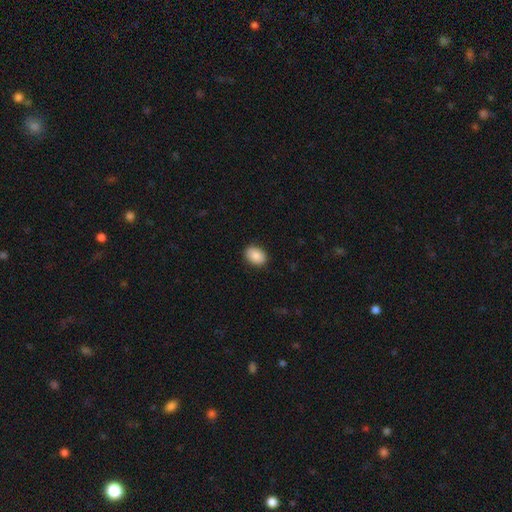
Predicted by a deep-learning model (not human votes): A smooth galaxy with no disk features (88%) that is in between round and cigar-shaped (76%). Merging: none (90%).